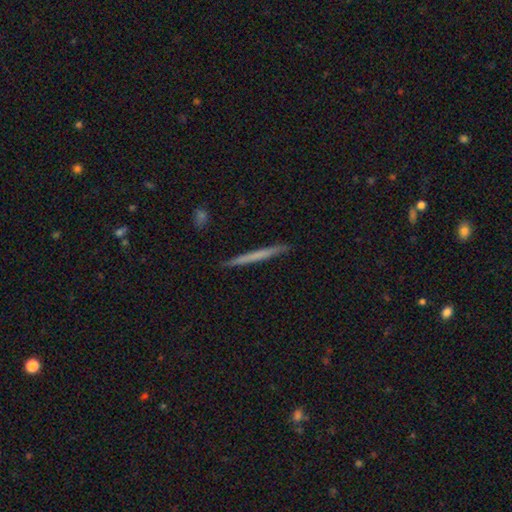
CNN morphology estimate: type=smooth (55%); roundness=cigar-shaped (97%); merging=none (92%).